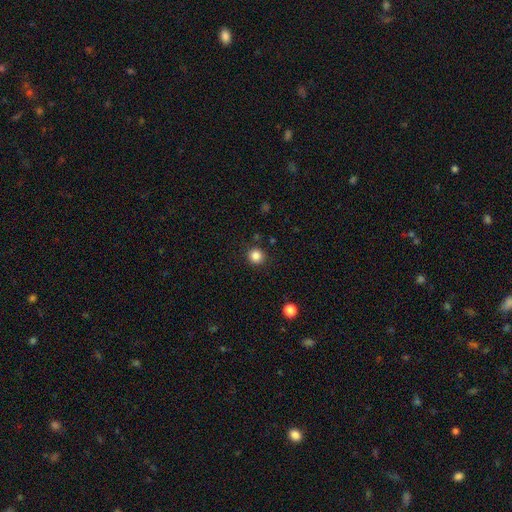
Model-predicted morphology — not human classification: A smooth galaxy with no disk features (85%) that is round (93%).

Vote fractions:
- Smooth or featured? smooth: 85% / star or artifact: 11% / featured or disk: 4%
- How rounded? round: 93% / in between: 6% / cigar-shaped: 1%
- Merging? none: 90% / minor disturbance: 6% / major disturbance: 2% / merger: 2%